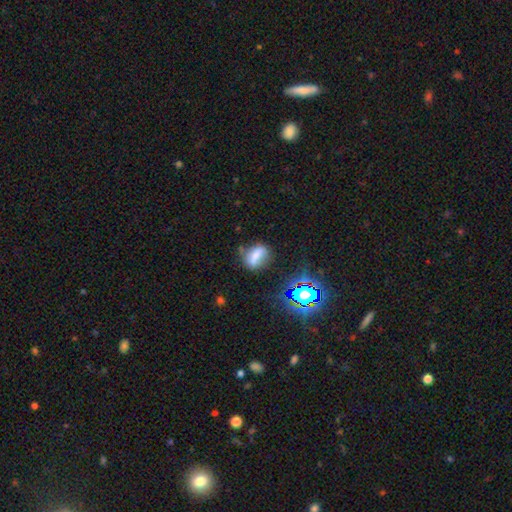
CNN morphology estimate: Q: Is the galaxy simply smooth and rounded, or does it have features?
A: smooth — 62%.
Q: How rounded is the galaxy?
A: in between — 68%.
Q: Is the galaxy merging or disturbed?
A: none — 58%.